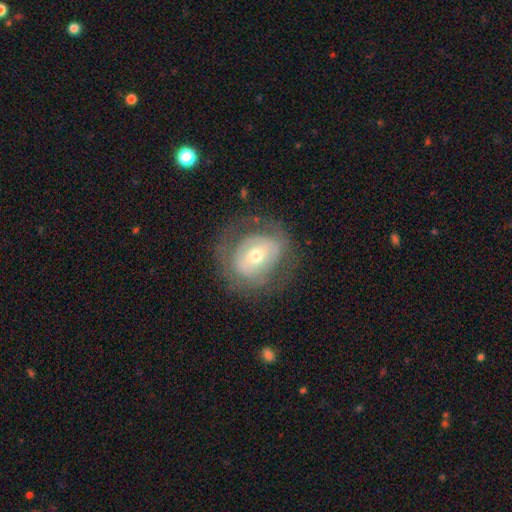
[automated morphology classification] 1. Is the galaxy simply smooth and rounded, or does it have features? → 59% featured or disk, 33% smooth, 7% star or artifact.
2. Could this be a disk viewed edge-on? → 94% no, 6% yes.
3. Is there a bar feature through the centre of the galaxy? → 43% no, 33% weak, 24% strong.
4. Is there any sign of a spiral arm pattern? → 62% no, 38% yes.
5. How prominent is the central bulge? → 57% moderate, 36% small, 5% large, 1% dominant, 1% none.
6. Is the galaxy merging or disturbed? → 69% none, 16% minor disturbance, 13% major disturbance, 1% merger.